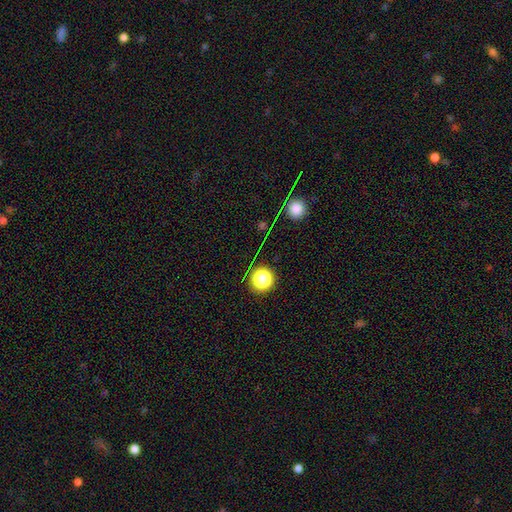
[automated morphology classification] This appears to be a star or artifact, not a galaxy (59%).